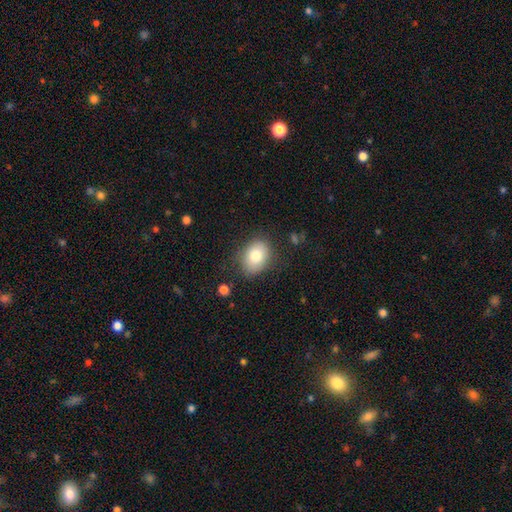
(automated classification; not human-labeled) Morphology: type=smooth (79%); roundness=in between (65%); merging=none (76%).